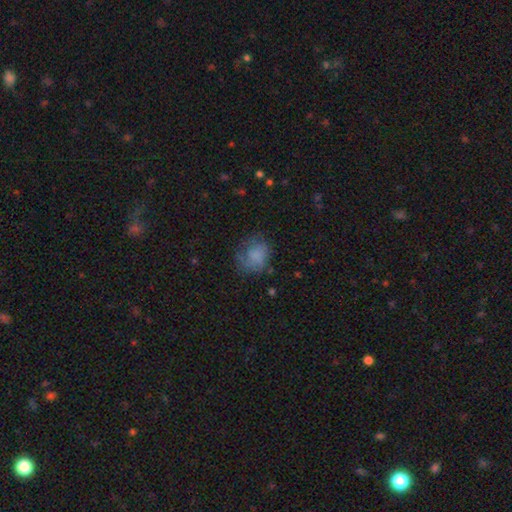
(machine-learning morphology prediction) smooth_or_featured: smooth (p=0.70) [alt: featured or disk p=0.20]
how_rounded: round (p=0.60) [alt: in between p=0.39]
merging: none (p=0.52) [alt: minor disturbance p=0.27]